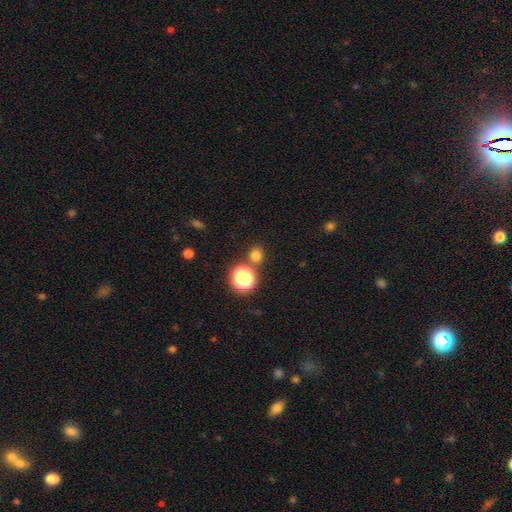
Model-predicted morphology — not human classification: Q: Smooth or featured?
A: smooth (73%); runner-up: star or artifact (22%)
Q: How rounded?
A: round (83%); runner-up: in between (16%)
Q: Merging?
A: none (78%); runner-up: merger (11%)